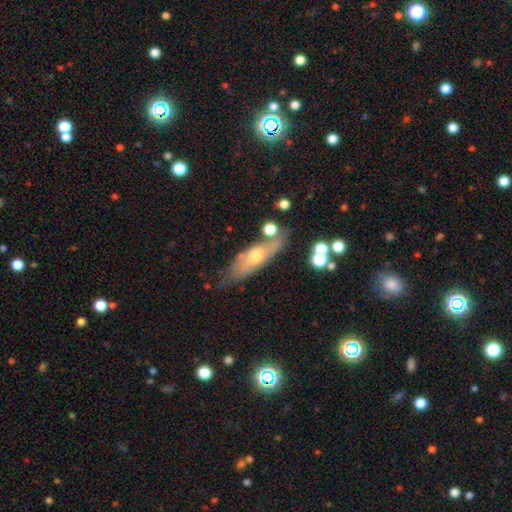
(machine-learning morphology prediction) Overall: featured or disk (50%; smooth 42%). Edge-on disk: no (52%; yes 48%). Merging: none (62%).